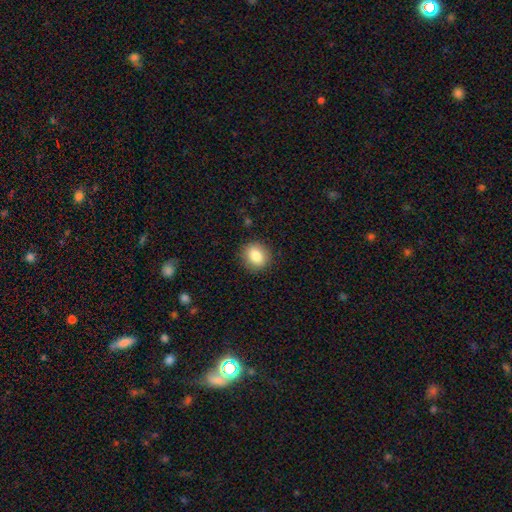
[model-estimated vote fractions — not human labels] The model was most divided on "how rounded": round: 78%, in between: 21%, cigar-shaped: 1%. More confident: merging — none (89%); smooth or featured — smooth (83%).